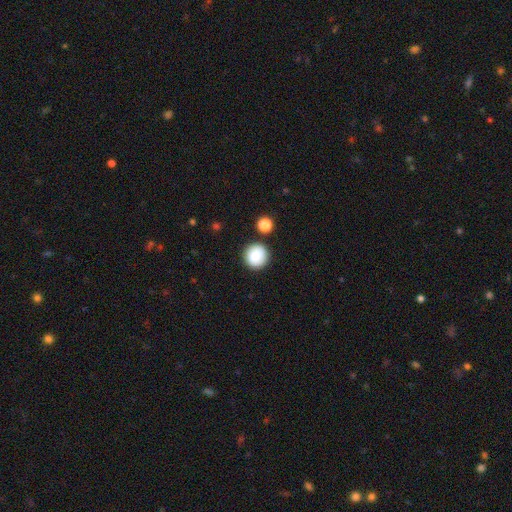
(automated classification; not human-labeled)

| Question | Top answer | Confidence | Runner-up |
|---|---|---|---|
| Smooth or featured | smooth | 85% | star or artifact (8%) |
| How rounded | round | 95% | in between (4%) |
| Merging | none | 87% | minor disturbance (7%) |